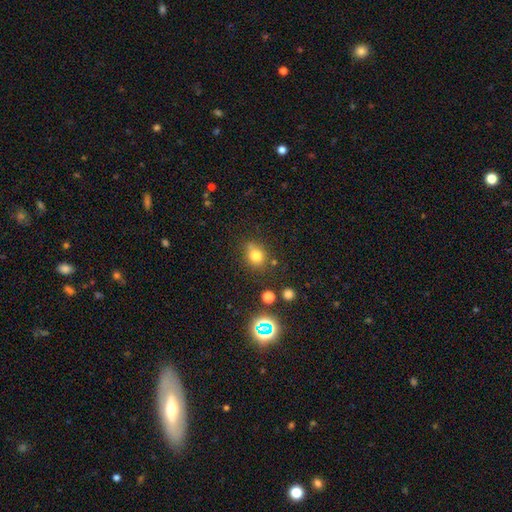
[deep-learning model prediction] The model was most divided on "how rounded": round: 67%, in between: 32%, cigar-shaped: 1%. More confident: smooth or featured — smooth (76%); merging — none (70%).